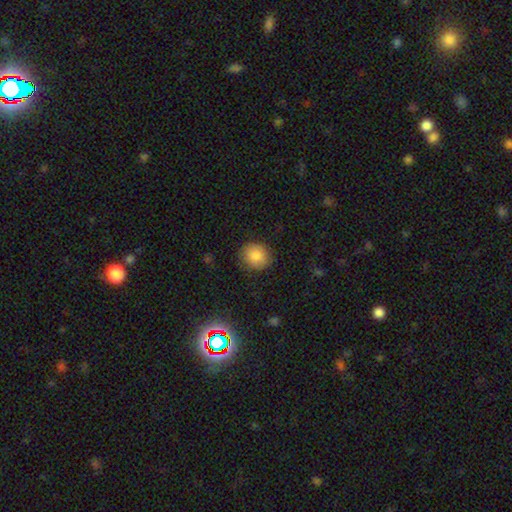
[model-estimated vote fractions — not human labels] smooth-or-featured: smooth: 84% | star or artifact: 9% | featured or disk: 7%
  how-rounded: round: 80% | in between: 19% | cigar-shaped: 1%
  merging: none: 85% | minor disturbance: 11% | major disturbance: 3% | merger: 1%